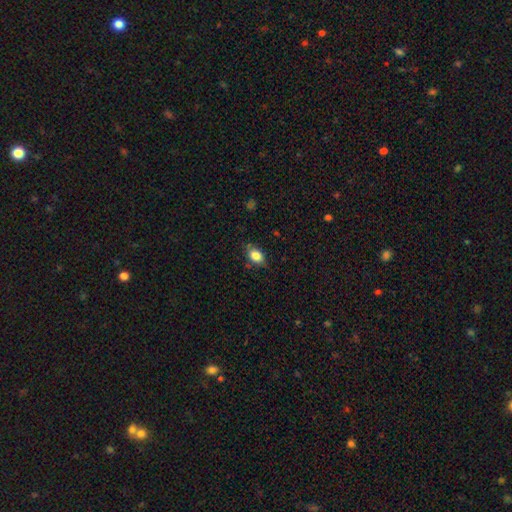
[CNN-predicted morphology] Overall: smooth (82%). How rounded: in between (79%). Merging: none (76%).